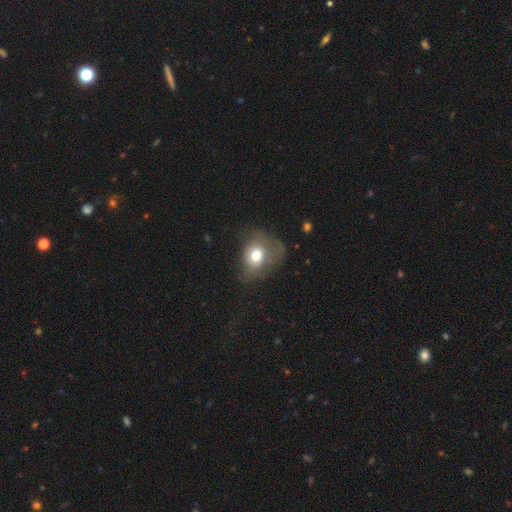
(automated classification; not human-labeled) Smooth or featured? smooth (69%)
How rounded? round (58%)
Merging? major disturbance (38%)